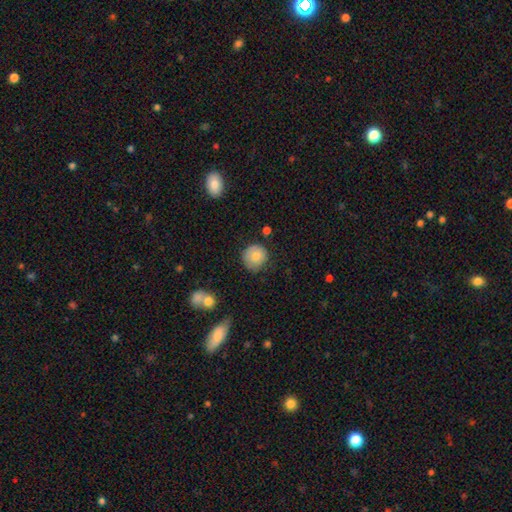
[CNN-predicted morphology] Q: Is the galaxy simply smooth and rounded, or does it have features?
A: smooth — 79%.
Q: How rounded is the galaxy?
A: round — 90%.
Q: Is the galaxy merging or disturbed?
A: none — 71%.